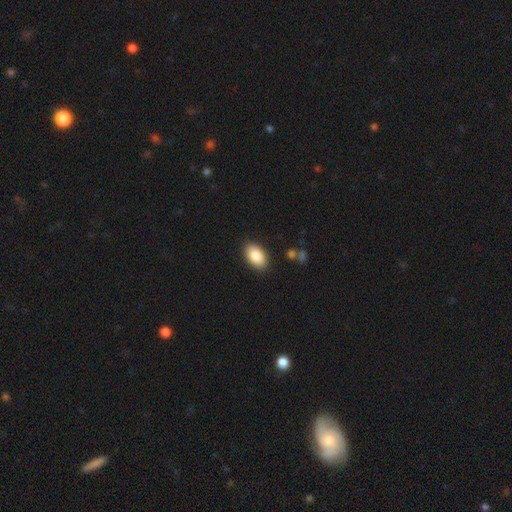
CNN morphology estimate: Smooth or featured? smooth (87%)
How rounded? in between (93%)
Merging? none (88%)